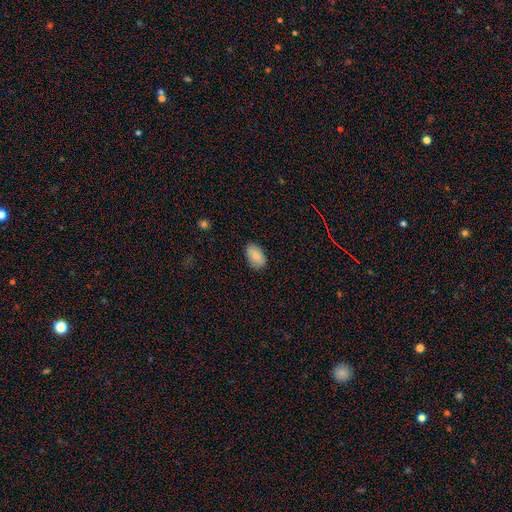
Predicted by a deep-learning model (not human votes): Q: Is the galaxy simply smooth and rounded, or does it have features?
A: smooth — 86%.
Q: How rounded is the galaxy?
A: in between — 92%.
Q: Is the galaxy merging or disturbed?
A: none — 82%.